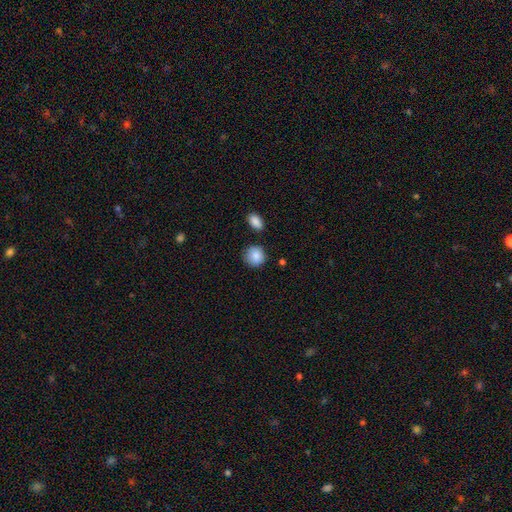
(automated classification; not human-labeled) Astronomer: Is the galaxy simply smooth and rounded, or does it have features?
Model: smooth — 88%.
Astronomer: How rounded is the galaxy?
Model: round — 88%.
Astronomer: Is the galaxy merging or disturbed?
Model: none — 81%.